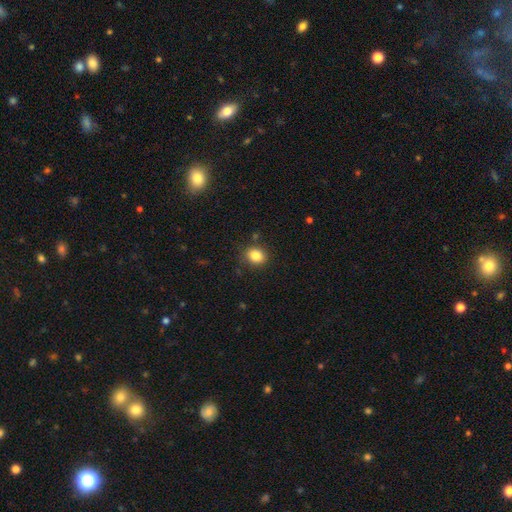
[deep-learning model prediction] smooth_or_featured: smooth (p=0.84) [alt: star or artifact p=0.10]
how_rounded: round (p=0.61) [alt: in between p=0.38]
merging: none (p=0.85) [alt: minor disturbance p=0.10]